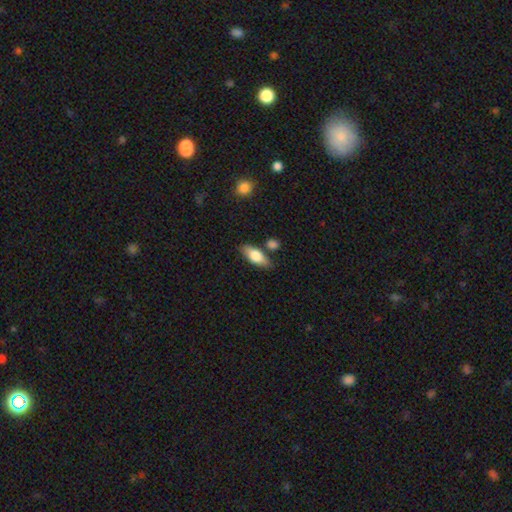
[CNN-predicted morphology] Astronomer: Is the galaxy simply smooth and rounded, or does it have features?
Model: smooth — 68%.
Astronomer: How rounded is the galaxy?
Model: in between — 76%.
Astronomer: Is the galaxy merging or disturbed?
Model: none — 74%.